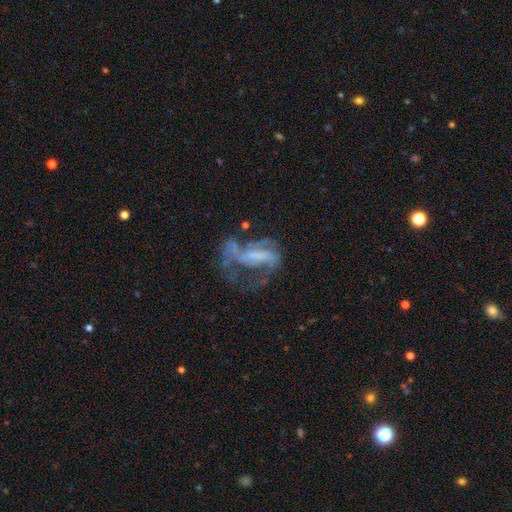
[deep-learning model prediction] Smooth or featured? featured or disk (69%)
Edge-on disk? no (93%)
Bar? no (36%)
Spiral arms? yes (58%)
Bulge size? none (52%)
Merging? major disturbance (49%)